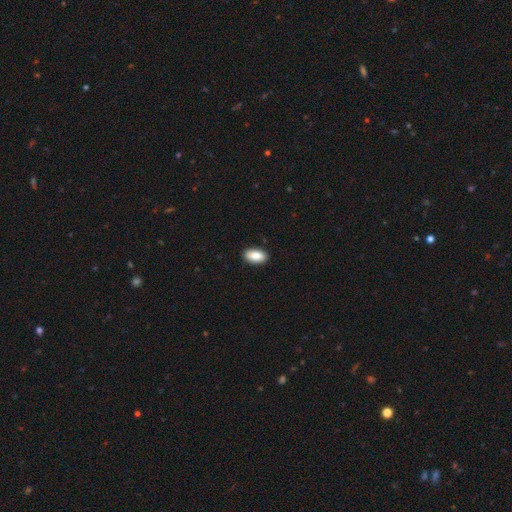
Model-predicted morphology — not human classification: A smooth galaxy with no disk features (88%) that is in between round and cigar-shaped (94%).

Vote fractions:
- Smooth or featured? smooth: 88% / star or artifact: 7% / featured or disk: 6%
- How rounded? in between: 94% / round: 3% / cigar-shaped: 3%
- Merging? none: 91% / minor disturbance: 7% / major disturbance: 2% / merger: 1%